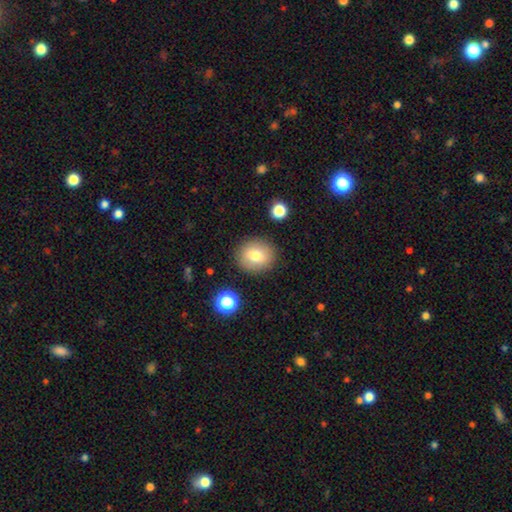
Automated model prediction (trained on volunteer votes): Smooth or featured?
  - smooth: 76% *
  - featured or disk: 14%
  - star or artifact: 10%
How rounded?
  - round: 78% *
  - in between: 21%
  - cigar-shaped: 1%
Merging?
  - none: 87% *
  - minor disturbance: 8%
  - major disturbance: 3%
  - merger: 2%